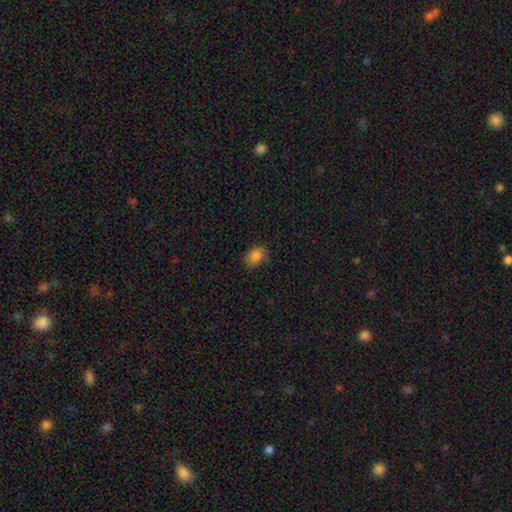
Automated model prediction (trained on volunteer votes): Q: Smooth or featured?
A: smooth (85%); runner-up: star or artifact (10%)
Q: How rounded?
A: in between (71%); runner-up: round (28%)
Q: Merging?
A: none (77%); runner-up: minor disturbance (19%)